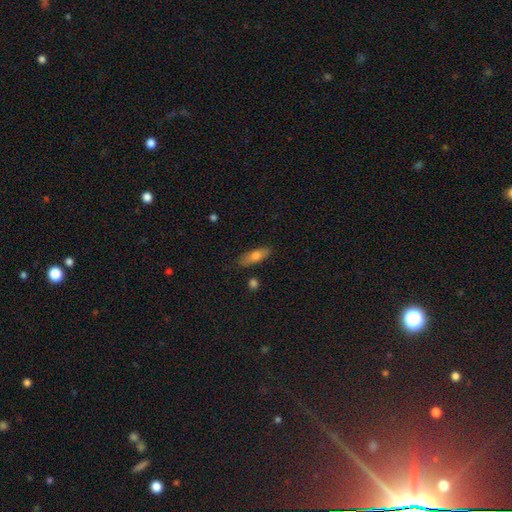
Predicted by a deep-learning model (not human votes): This is likely a smooth galaxy (68%). How rounded: possibly in between (56%). Merging: clearly none (83%).